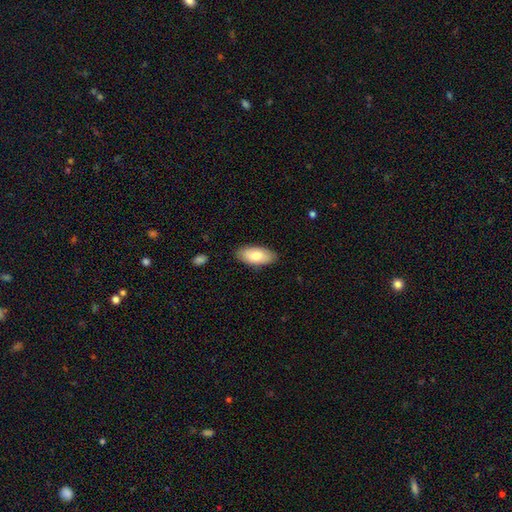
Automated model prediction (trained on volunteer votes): The model was most divided on "smooth or featured": smooth: 79%, featured or disk: 15%, star or artifact: 6%. More confident: how rounded — in between (91%); merging — none (86%).